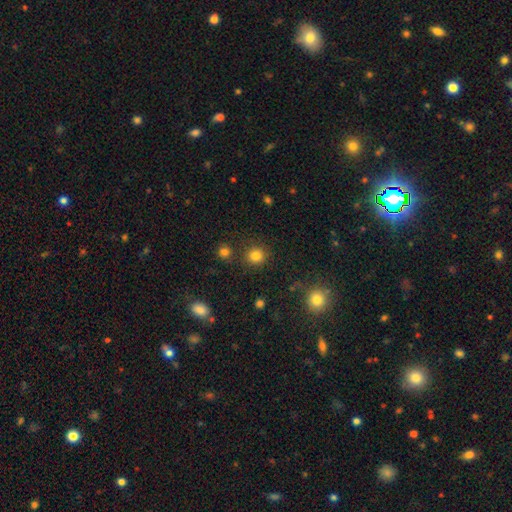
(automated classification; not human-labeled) Smooth or featured: smooth — 82% (star or artifact — 13%)
How rounded: round — 90% (in between — 9%)
Merging: none — 86% (minor disturbance — 7%)